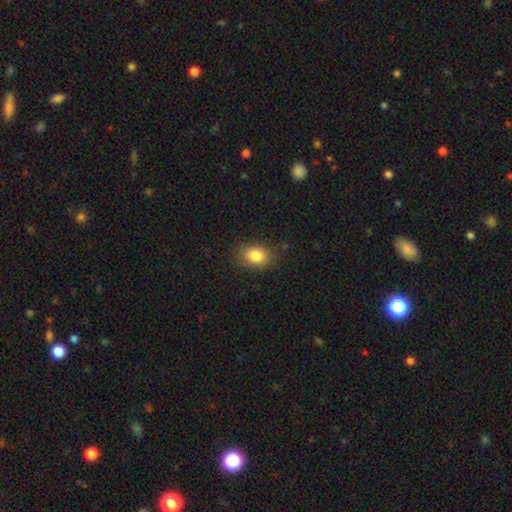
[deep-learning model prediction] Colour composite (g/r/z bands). It shows a smooth galaxy with no disk features (85%) that is in between round and cigar-shaped (68%). Merging: none (83%).